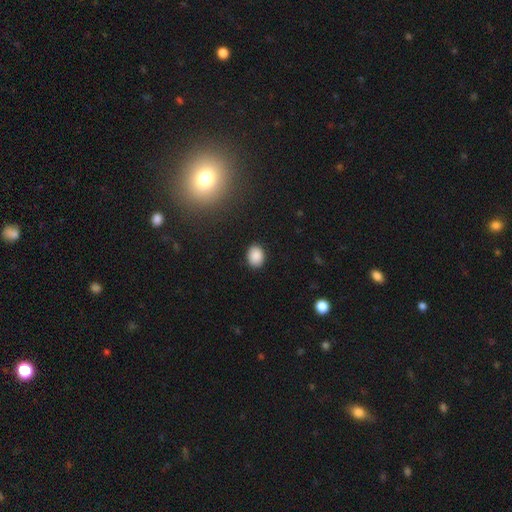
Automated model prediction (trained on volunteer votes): The model was most divided on "how rounded": in between: 60%, round: 39%, cigar-shaped: 1%. More confident: merging — none (89%); smooth or featured — smooth (88%).